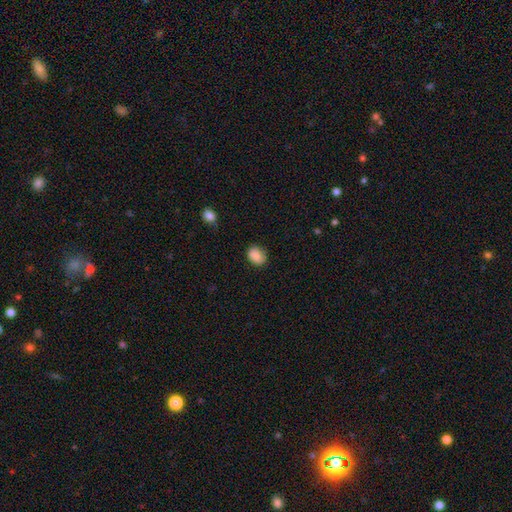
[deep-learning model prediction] smooth 88%, star or artifact 8%, featured or disk 4%. Down the decision tree: how rounded — in between (61%); merging — none (77%).